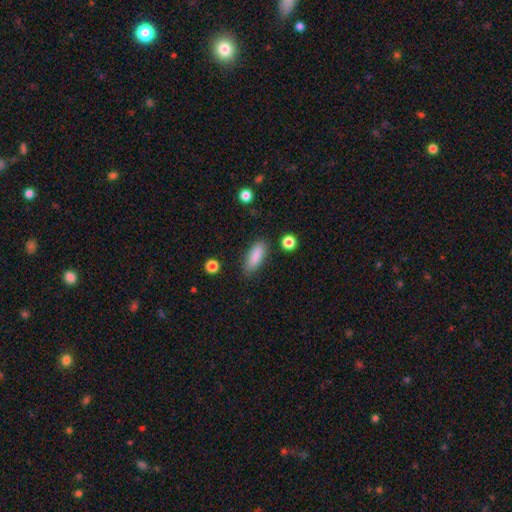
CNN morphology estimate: A smooth galaxy with no disk features (87%) that is in between round and cigar-shaped (68%).

Vote fractions:
- Smooth or featured? smooth: 87% / star or artifact: 7% / featured or disk: 6%
- How rounded? in between: 68% / cigar-shaped: 29% / round: 2%
- Merging? none: 82% / minor disturbance: 13% / major disturbance: 3% / merger: 2%